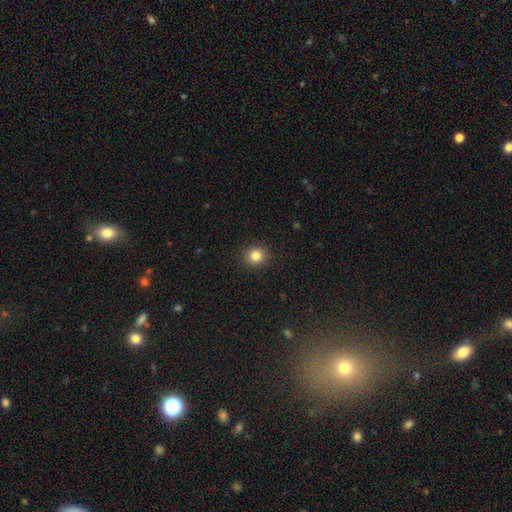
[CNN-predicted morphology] This appears to be a smooth galaxy with no disk features (84%) that is round (86%). Merging: none (91%).